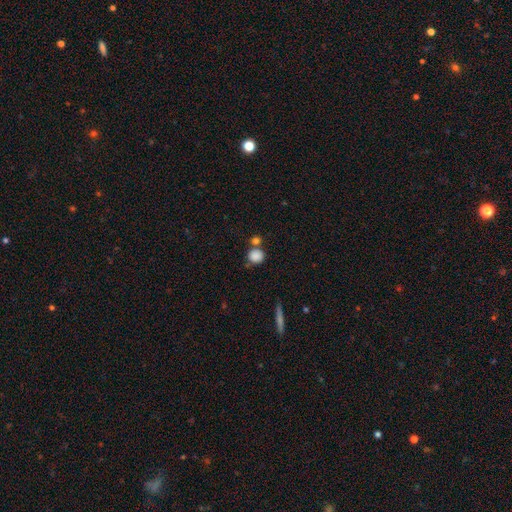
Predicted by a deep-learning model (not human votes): Overall: smooth (86%). How rounded: round (79%). Merging: none (60%; merger 22%).